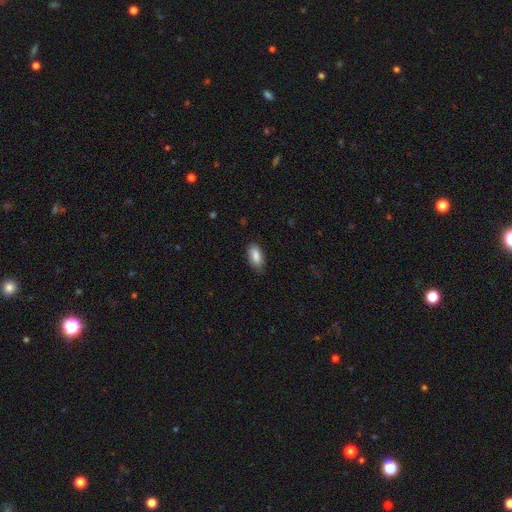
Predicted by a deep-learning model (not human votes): A smooth galaxy with no disk features (86%) that is in between round and cigar-shaped (90%). Merging: none (77%).